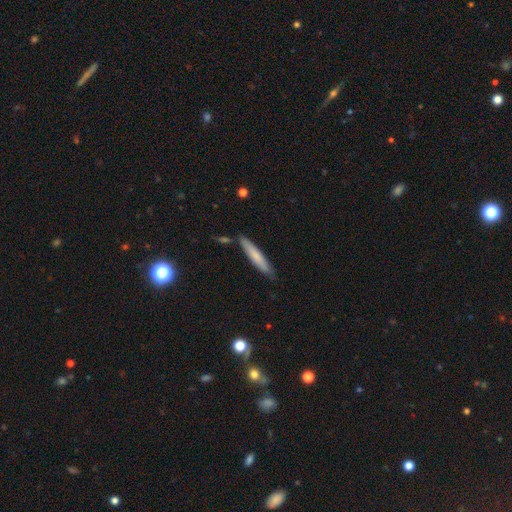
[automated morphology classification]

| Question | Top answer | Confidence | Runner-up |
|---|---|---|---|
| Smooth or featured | smooth | 70% | featured or disk (24%) |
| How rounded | cigar-shaped | 92% | in between (7%) |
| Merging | none | 82% | minor disturbance (12%) |